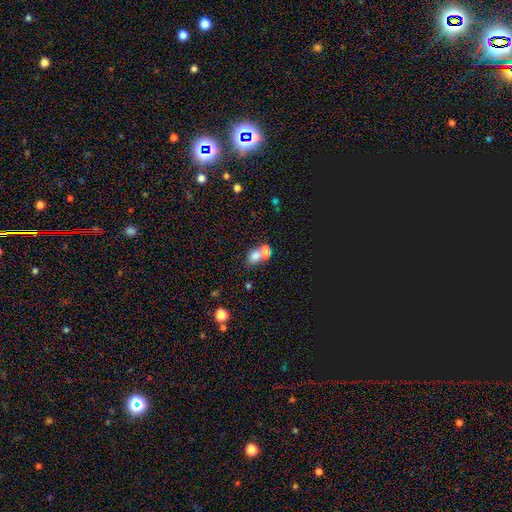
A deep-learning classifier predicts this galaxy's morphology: This is likely a smooth galaxy (69%). How rounded: likely in between (61%). Merging: possibly none (51%).